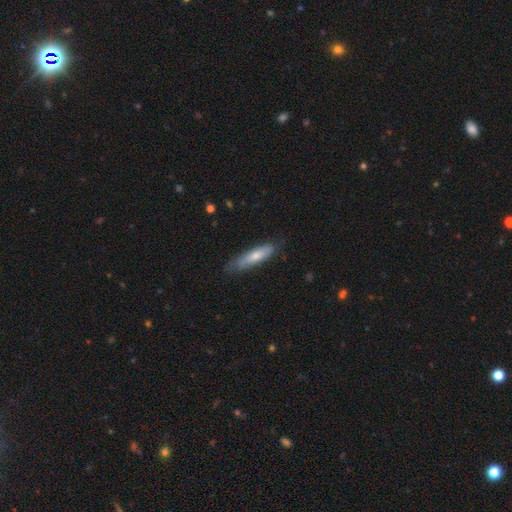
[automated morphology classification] Smooth or featured?
  - smooth: 54% *
  - featured or disk: 36%
  - star or artifact: 10%
How rounded?
  - cigar-shaped: 79% *
  - in between: 19%
  - round: 2%
Merging?
  - none: 84% *
  - minor disturbance: 13%
  - major disturbance: 2%
  - merger: 1%